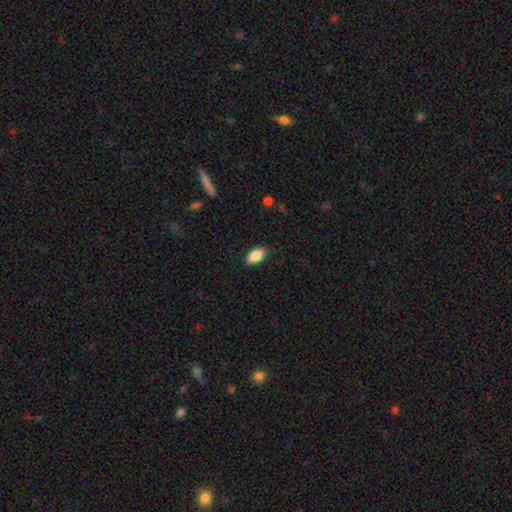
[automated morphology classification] A smooth galaxy with no disk features (87%) that is in between round and cigar-shaped (93%). Merging: none (86%).